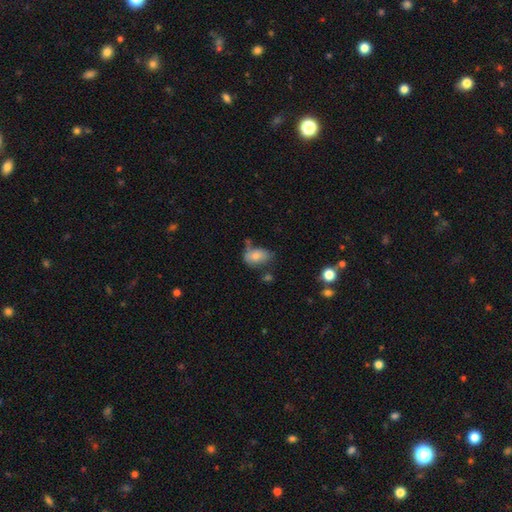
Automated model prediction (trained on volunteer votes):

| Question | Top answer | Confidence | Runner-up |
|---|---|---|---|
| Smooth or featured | smooth | 74% | featured or disk (17%) |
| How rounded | in between | 86% | round (12%) |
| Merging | none | 44% | minor disturbance (28%) |